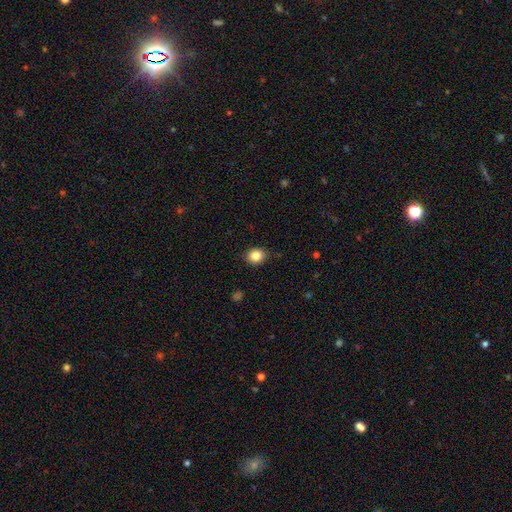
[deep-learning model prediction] This appears to be a smooth galaxy with no disk features (85%) that is round (65%). Merging: none (86%).